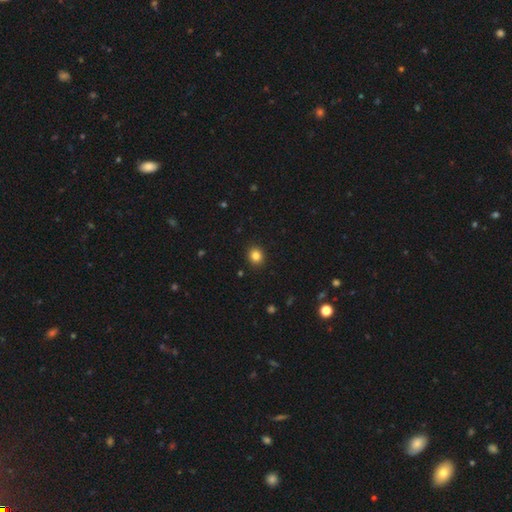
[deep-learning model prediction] Smooth or featured? smooth (84%)
How rounded? round (78%)
Merging? none (92%)